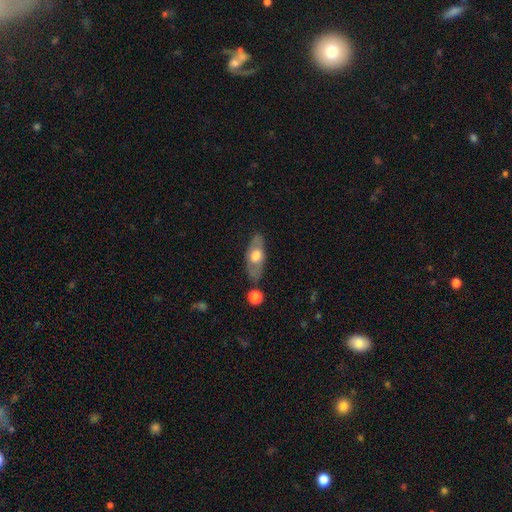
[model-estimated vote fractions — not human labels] Smooth or featured? smooth (53%)
How rounded? in between (78%)
Merging? none (73%)